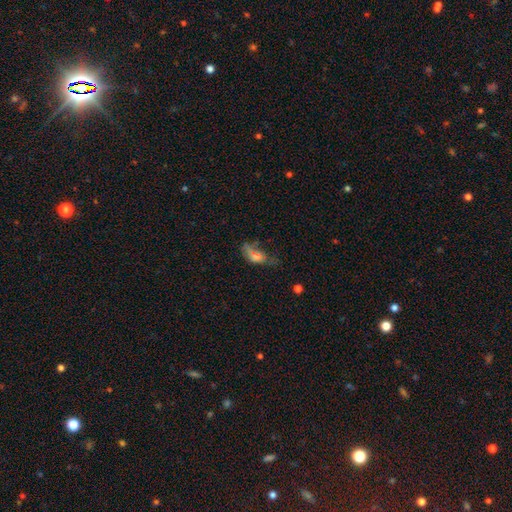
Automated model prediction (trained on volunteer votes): Smooth or featured? Predicted: smooth (p=0.53). How rounded? Predicted: in between (p=0.81). Merging? Predicted: major disturbance (p=0.44).